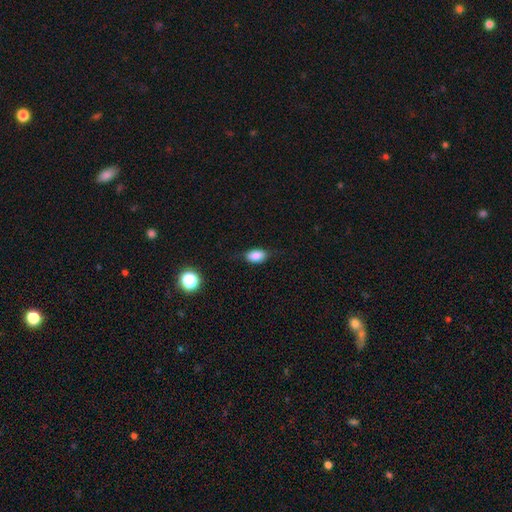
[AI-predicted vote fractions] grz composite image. It shows a smooth galaxy with no disk features (84%) that is in between round and cigar-shaped (88%). Merging: none (77%).